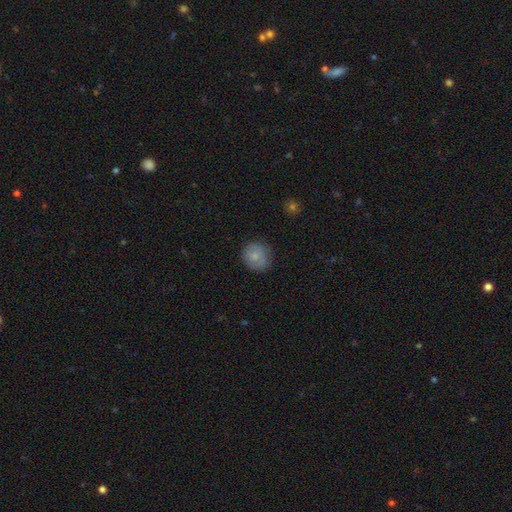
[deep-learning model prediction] smooth-or-featured: smooth: 77% | featured or disk: 15% | star or artifact: 7%
  how-rounded: round: 83% | in between: 16% | cigar-shaped: 1%
  merging: none: 77% | minor disturbance: 18% | major disturbance: 4% | merger: 1%